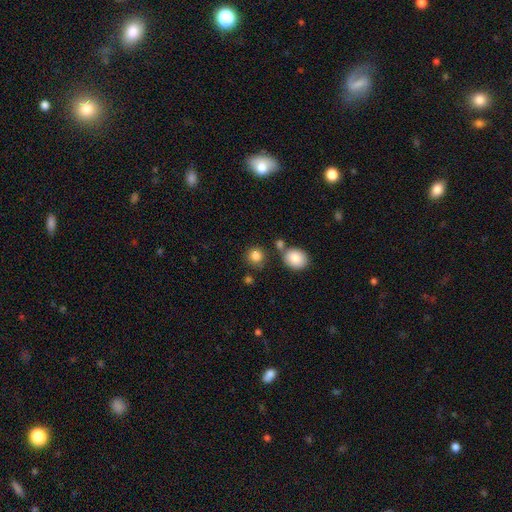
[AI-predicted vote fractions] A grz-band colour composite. It shows a smooth galaxy with no disk features (84%) that is round (88%). Merging: none (76%).